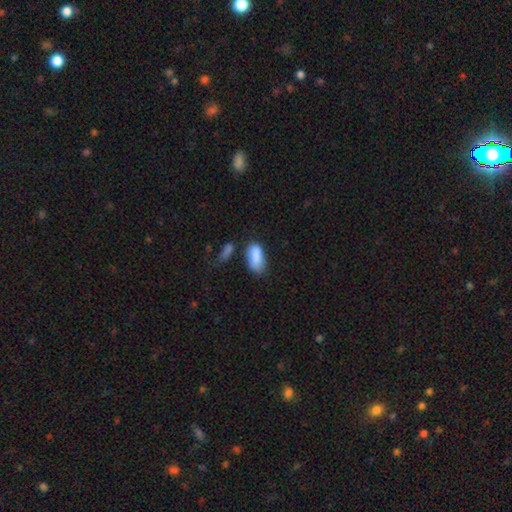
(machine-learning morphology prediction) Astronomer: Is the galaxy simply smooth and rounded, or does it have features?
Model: smooth — 84%.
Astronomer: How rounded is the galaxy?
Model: in between — 87%.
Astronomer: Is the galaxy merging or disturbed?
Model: none — 46% (runner-up: minor disturbance, 29%).